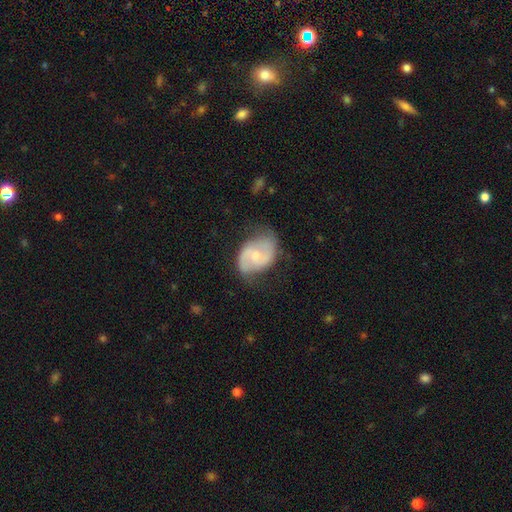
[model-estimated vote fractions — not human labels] Q: Smooth or featured?
A: featured or disk (73%); runner-up: smooth (21%)
Q: Edge-on disk?
A: no (98%); runner-up: yes (2%)
Q: Bar?
A: no (47%); runner-up: weak (45%)
Q: Spiral arms?
A: yes (92%); runner-up: no (8%)
Q: Spiral winding?
A: medium (48%); runner-up: loose (31%)
Q: Spiral arm count?
A: 2 (87%); runner-up: can't tell (7%)
Q: Bulge size?
A: small (49%); runner-up: moderate (40%)
Q: Merging?
A: none (62%); runner-up: minor disturbance (26%)